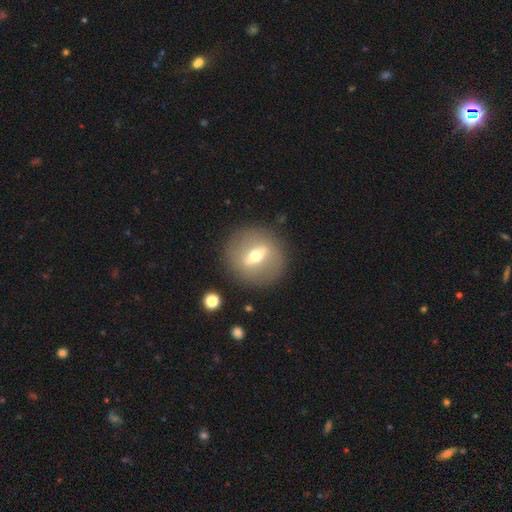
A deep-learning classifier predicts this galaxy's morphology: featured or disk 58%, smooth 34%, star or artifact 8%. Down the decision tree: edge-on disk — no (68%); merging — none (87%).